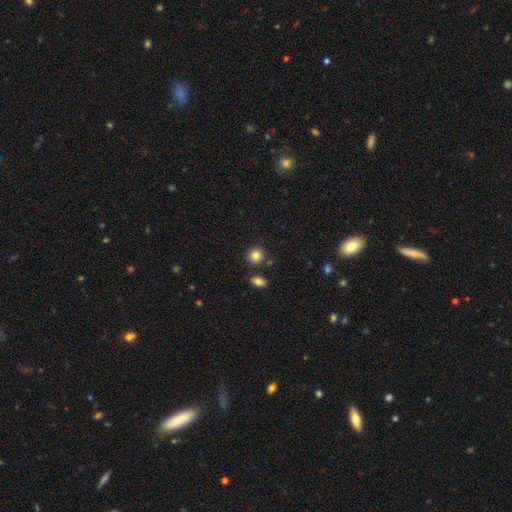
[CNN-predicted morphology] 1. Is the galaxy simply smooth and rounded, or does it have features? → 84% smooth, 10% star or artifact, 6% featured or disk.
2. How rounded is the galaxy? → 86% round, 13% in between, 1% cigar-shaped.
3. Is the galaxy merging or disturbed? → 82% none, 8% minor disturbance, 7% merger, 2% major disturbance.